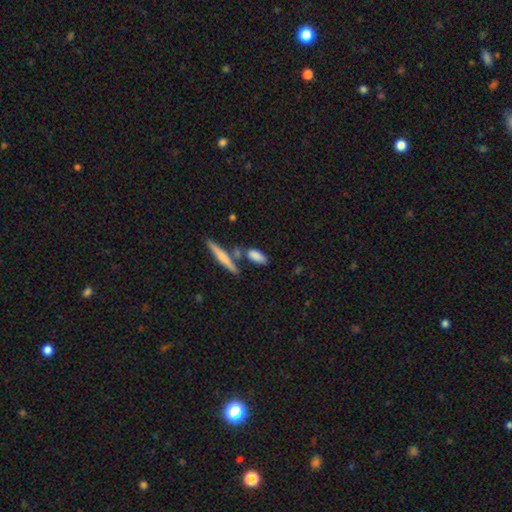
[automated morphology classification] Smooth or featured? smooth (80%)
How rounded? in between (69%)
Merging? none (64%)